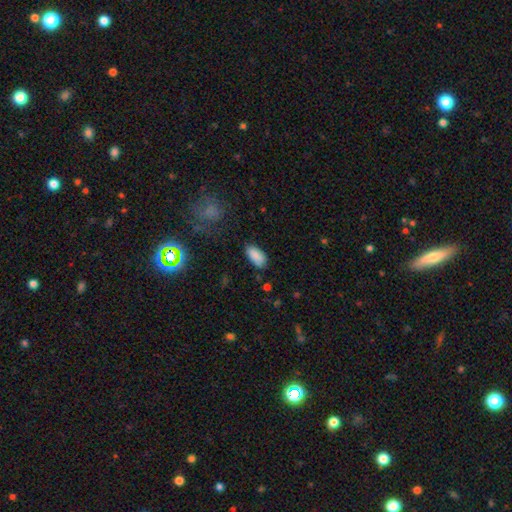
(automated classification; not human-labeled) Overall: smooth (87%). How rounded: in between (93%). Merging: none (77%).